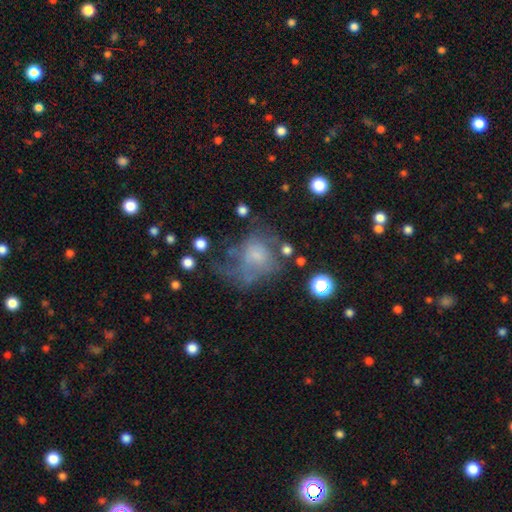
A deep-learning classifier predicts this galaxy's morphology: Smooth or featured? smooth (46%)
Merging? major disturbance (43%)